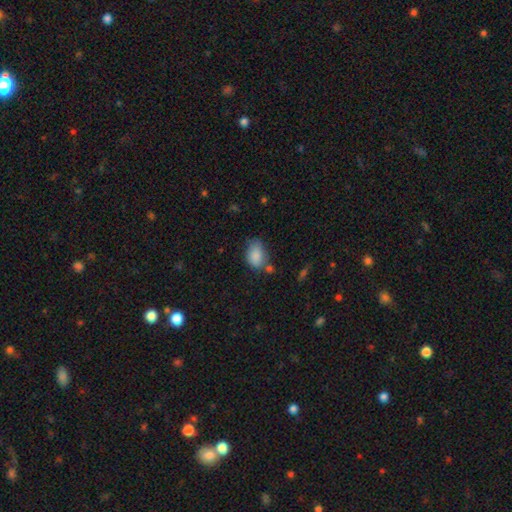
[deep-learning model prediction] A smooth galaxy with no disk features (85%) that is in between round and cigar-shaped (86%). Merging: none (51%).